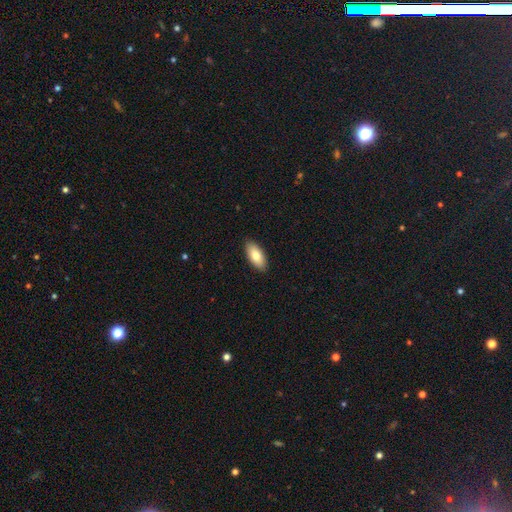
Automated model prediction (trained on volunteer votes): Smooth or featured: smooth — 78% (featured or disk — 16%)
How rounded: in between — 90% (cigar-shaped — 8%)
Merging: none — 90% (minor disturbance — 8%)